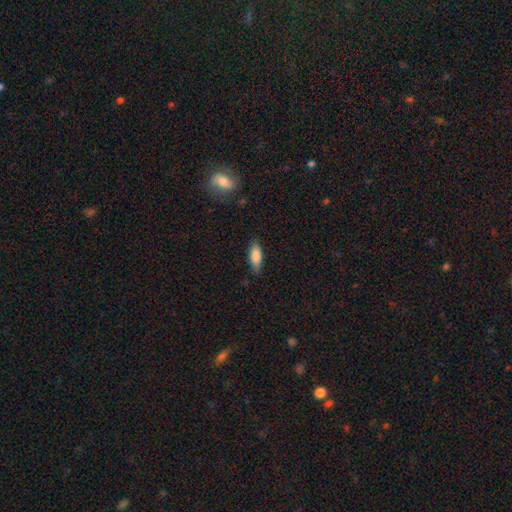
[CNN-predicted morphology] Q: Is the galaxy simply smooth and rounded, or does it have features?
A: smooth — 81%.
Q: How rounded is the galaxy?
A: in between — 63%.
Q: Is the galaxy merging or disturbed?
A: none — 81%.